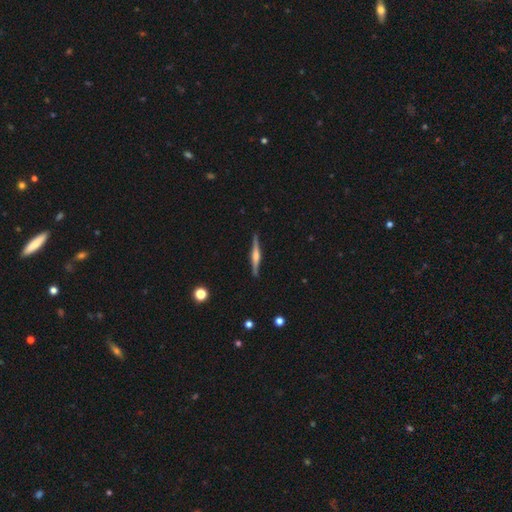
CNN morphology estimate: featured or disk 77%, smooth 18%, star or artifact 6%. Down the decision tree: edge-on disk — yes (98%); edge-on bulge — rounded (76%); merging — none (91%).